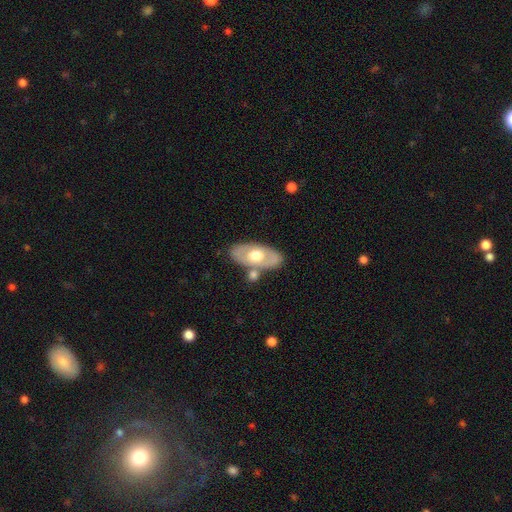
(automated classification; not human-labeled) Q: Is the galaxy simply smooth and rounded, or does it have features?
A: featured or disk — 49%.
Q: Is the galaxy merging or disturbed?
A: none — 70%.